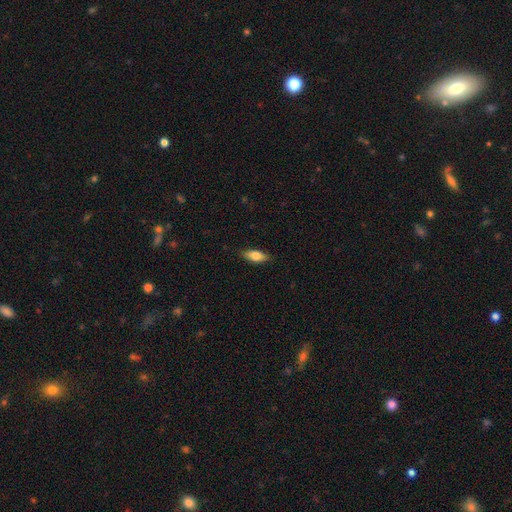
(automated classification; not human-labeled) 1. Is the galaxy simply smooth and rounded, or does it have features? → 75% smooth, 18% featured or disk, 6% star or artifact.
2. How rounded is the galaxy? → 76% in between, 21% cigar-shaped, 3% round.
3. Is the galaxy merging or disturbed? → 85% none, 12% minor disturbance, 2% major disturbance, 1% merger.